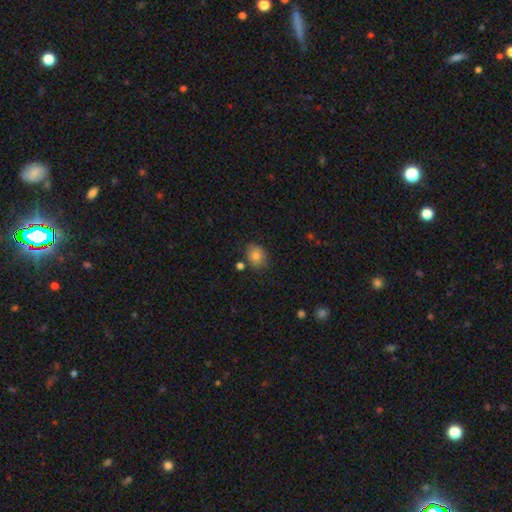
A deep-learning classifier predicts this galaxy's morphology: smooth_or_featured: smooth (p=0.79) [alt: star or artifact p=0.11]
how_rounded: round (p=0.60) [alt: in between p=0.39]
merging: none (p=0.75) [alt: minor disturbance p=0.16]